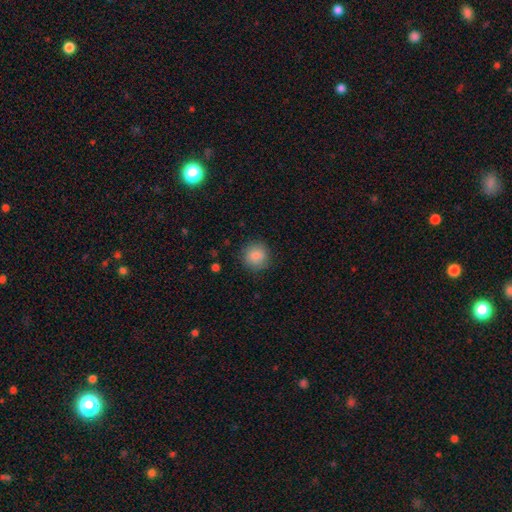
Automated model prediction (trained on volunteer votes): smooth_or_featured: smooth (p=0.87) [alt: star or artifact p=0.08]
how_rounded: round (p=0.92) [alt: in between p=0.07]
merging: none (p=0.87) [alt: minor disturbance p=0.09]